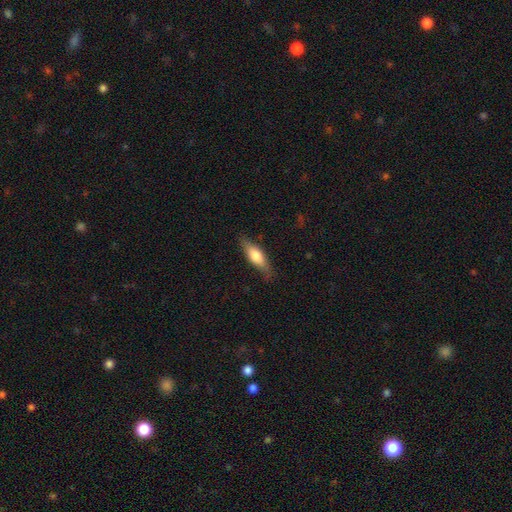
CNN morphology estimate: smooth-or-featured: smooth: 62% | featured or disk: 32% | star or artifact: 6%
  how-rounded: in between: 51% | cigar-shaped: 46% | round: 3%
  merging: none: 77% | minor disturbance: 18% | major disturbance: 4% | merger: 1%